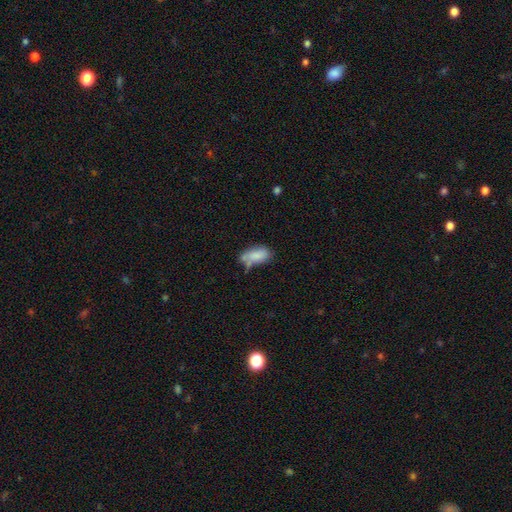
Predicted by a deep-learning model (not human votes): Smooth or featured?
  - smooth: 81% *
  - featured or disk: 11%
  - star or artifact: 8%
How rounded?
  - in between: 91% *
  - cigar-shaped: 5%
  - round: 3%
Merging?
  - none: 43% *
  - minor disturbance: 29%
  - merger: 18%
  - major disturbance: 10%